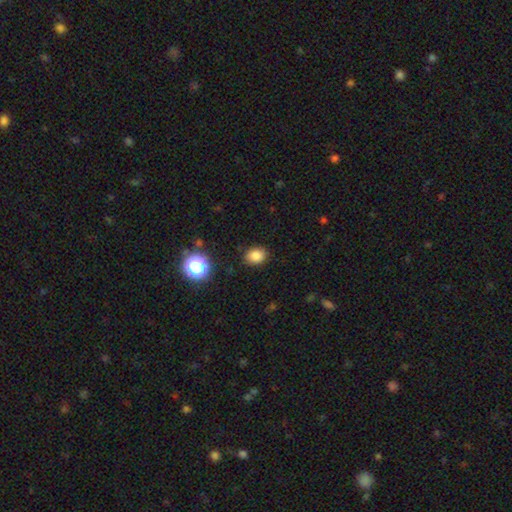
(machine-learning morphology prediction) smooth 82%, star or artifact 13%, featured or disk 4%. Down the decision tree: how rounded — in between (55%); merging — none (85%).